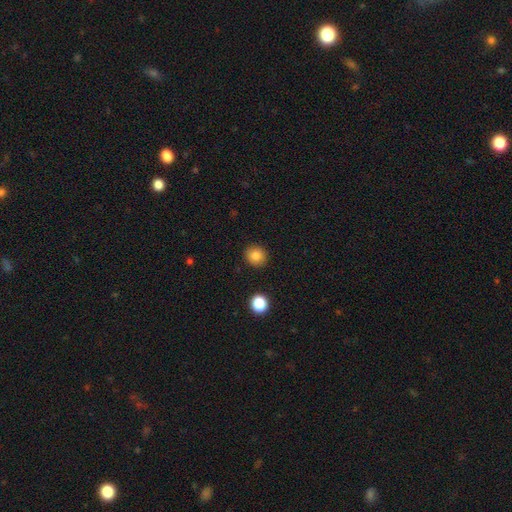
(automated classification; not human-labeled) Morphology: type=smooth (84%); roundness=round (87%); merging=none (91%).